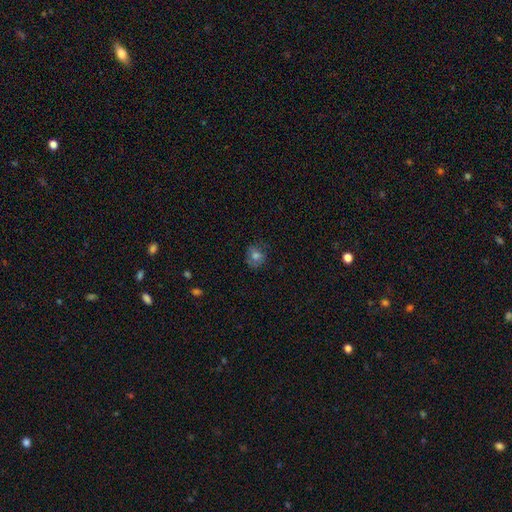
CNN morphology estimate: The model was most divided on "how rounded": round: 72%, in between: 27%, cigar-shaped: 1%. More confident: smooth or featured — smooth (74%); merging — none (72%).